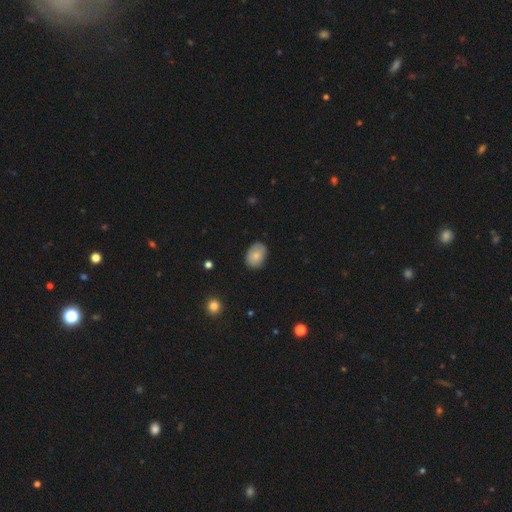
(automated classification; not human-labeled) The model was most divided on "how rounded": in between: 79%, round: 20%, cigar-shaped: 1%. More confident: merging — none (80%); smooth or featured — smooth (80%).